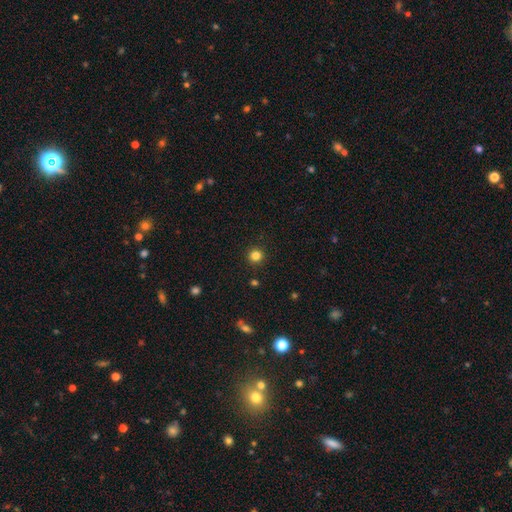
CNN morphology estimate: This appears to be a smooth galaxy with no disk features (83%) that is round (95%). Merging: none (92%).